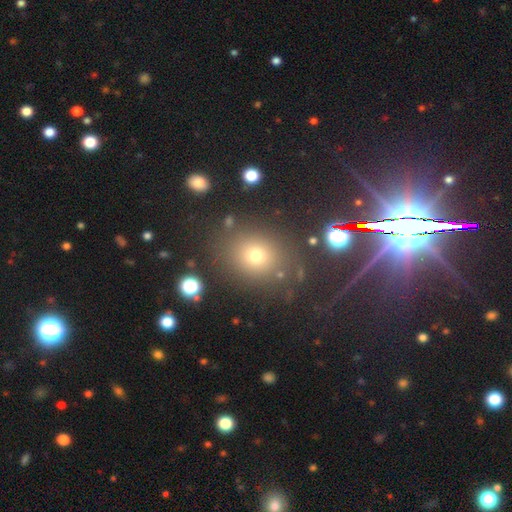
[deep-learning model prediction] This is likely a smooth galaxy (68%). How rounded: likely round (74%). Merging: clearly none (80%).